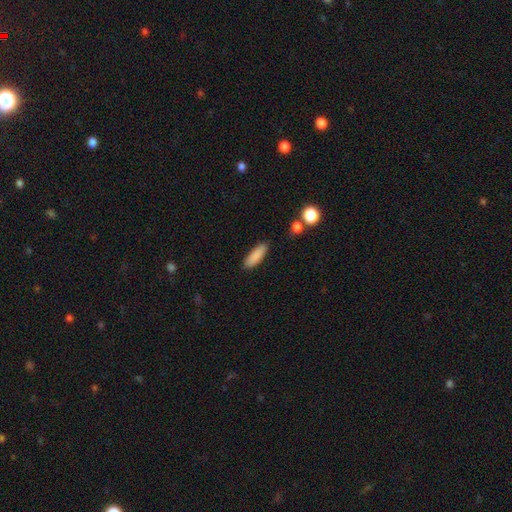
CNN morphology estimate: type=smooth (87%); roundness=cigar-shaped (49%, tied with in between); merging=none (86%).